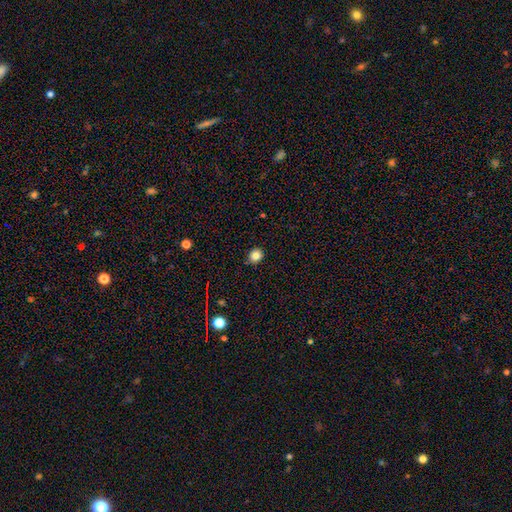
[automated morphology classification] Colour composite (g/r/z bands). It shows a smooth galaxy with no disk features (82%) that is round (82%). Merging: none (88%).